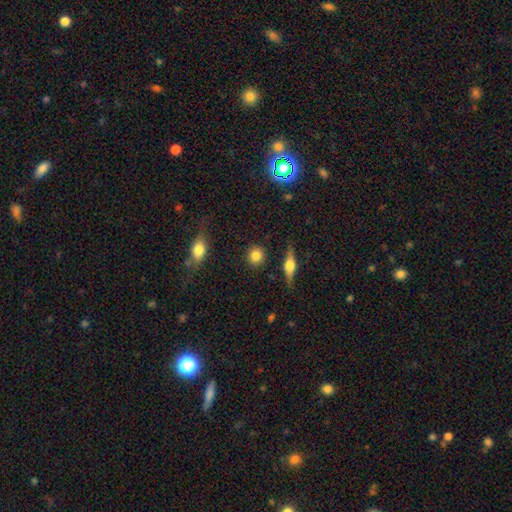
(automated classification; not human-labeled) This appears to be a smooth galaxy with no disk features (81%) that is round (88%). Merging: none (89%).